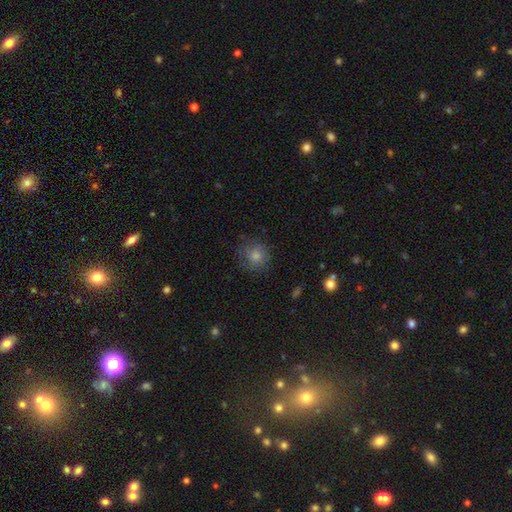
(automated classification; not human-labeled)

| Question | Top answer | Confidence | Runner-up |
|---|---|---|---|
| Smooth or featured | smooth | 69% | star or artifact (19%) |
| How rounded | round | 91% | in between (8%) |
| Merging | none | 81% | minor disturbance (13%) |